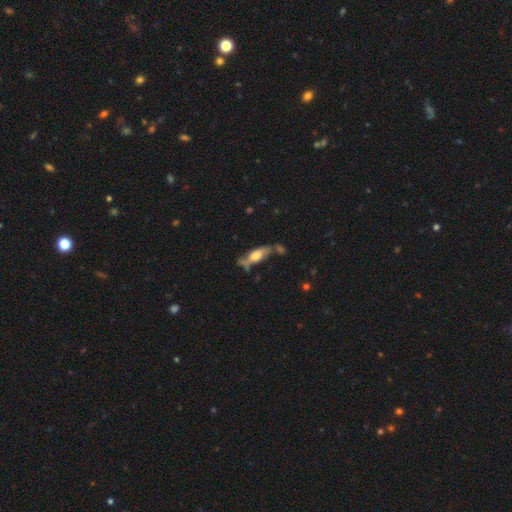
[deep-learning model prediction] Smooth or featured? Predicted: featured or disk (p=0.51). Edge-on disk? Predicted: yes (p=0.54). Merging? Predicted: none (p=0.51).